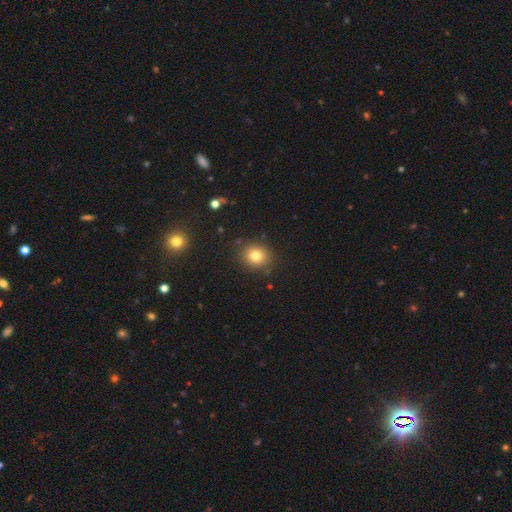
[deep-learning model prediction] A smooth galaxy with no disk features (79%) that is round (80%). Merging: none (87%).